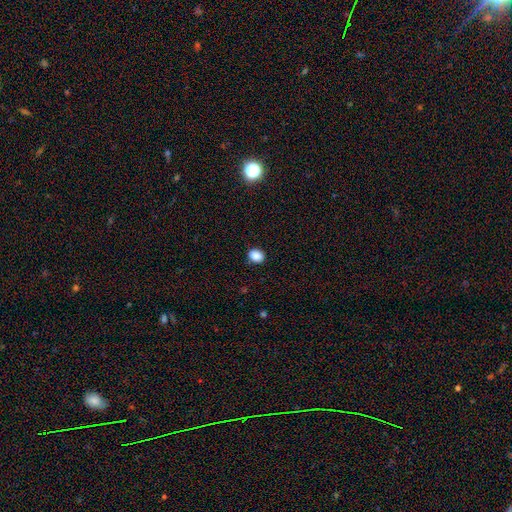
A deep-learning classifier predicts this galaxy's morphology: A smooth galaxy with no disk features (87%) that is round (53%).

Vote fractions:
- Smooth or featured? smooth: 87% / star or artifact: 10% / featured or disk: 4%
- How rounded? round: 53% / in between: 46% / cigar-shaped: 1%
- Merging? none: 90% / minor disturbance: 7% / major disturbance: 2% / merger: 1%